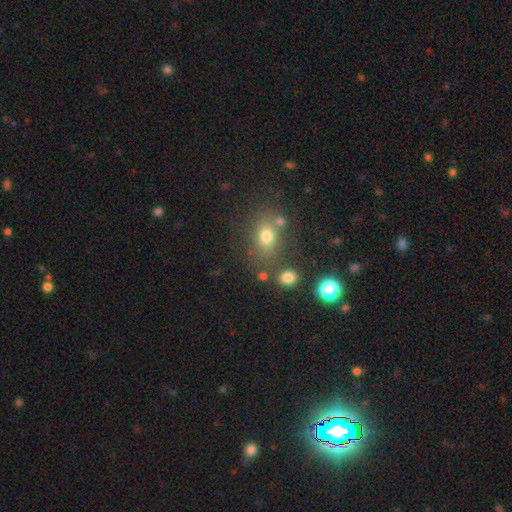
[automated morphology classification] Q: Smooth or featured?
A: smooth (47%); runner-up: star or artifact (42%)
Q: Merging?
A: none (67%); runner-up: merger (16%)